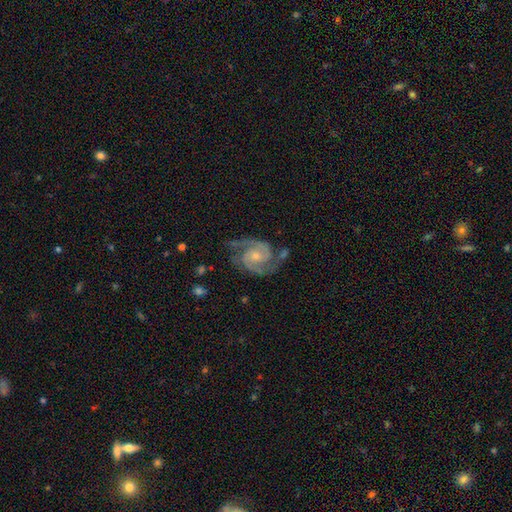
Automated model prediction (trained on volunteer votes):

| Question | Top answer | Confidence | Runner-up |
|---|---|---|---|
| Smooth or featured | featured or disk | 92% | star or artifact (4%) |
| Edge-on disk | no | 98% | yes (2%) |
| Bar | no | 60% | weak (32%) |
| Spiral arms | yes | 98% | no (2%) |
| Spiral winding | medium | 56% | tight (33%) |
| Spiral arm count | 2 | 91% | 3 (4%) |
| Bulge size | small | 56% | moderate (37%) |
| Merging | none | 71% | minor disturbance (18%) |